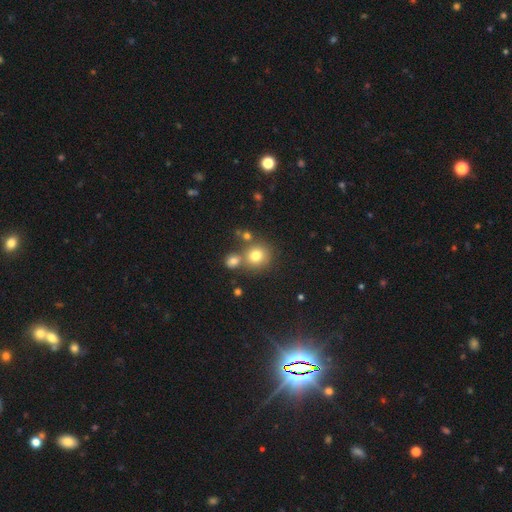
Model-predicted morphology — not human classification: smooth 76%, star or artifact 14%, featured or disk 10%. Down the decision tree: how rounded — round (89%); merging — none (64%).